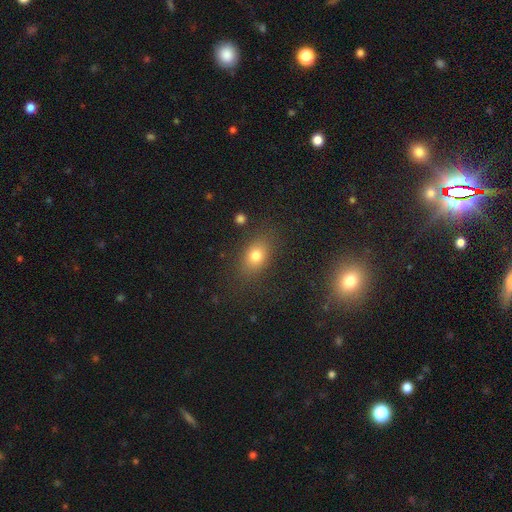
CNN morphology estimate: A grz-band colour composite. It shows a smooth galaxy with no disk features (76%) that is in between round and cigar-shaped (71%). Merging: none (80%).